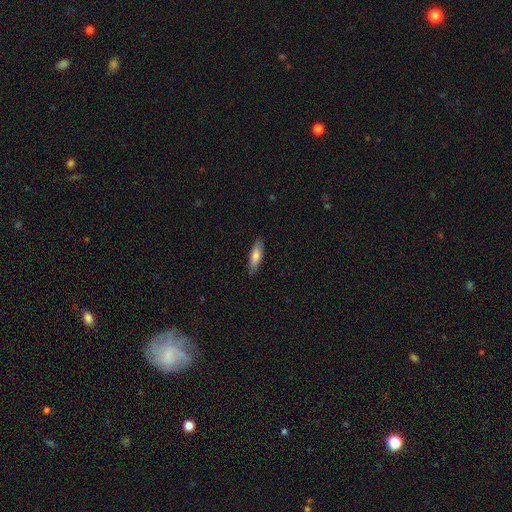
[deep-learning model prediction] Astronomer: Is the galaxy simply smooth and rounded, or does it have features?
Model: smooth — 74%.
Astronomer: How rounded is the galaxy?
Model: cigar-shaped — 53% (runner-up: in between, 45%).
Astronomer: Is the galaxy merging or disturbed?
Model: none — 87%.